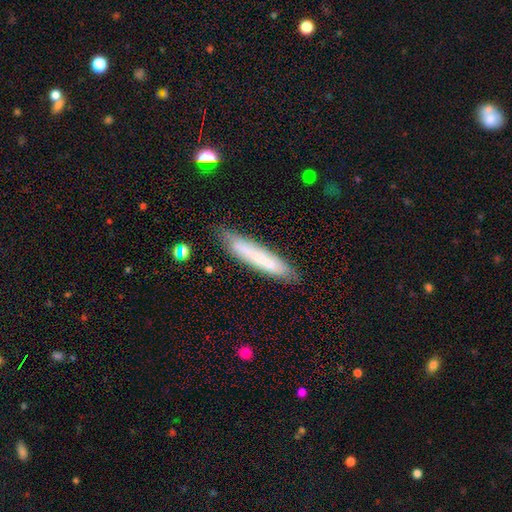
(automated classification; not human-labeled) Smooth or featured? smooth (58%)
How rounded? cigar-shaped (89%)
Merging? none (78%)